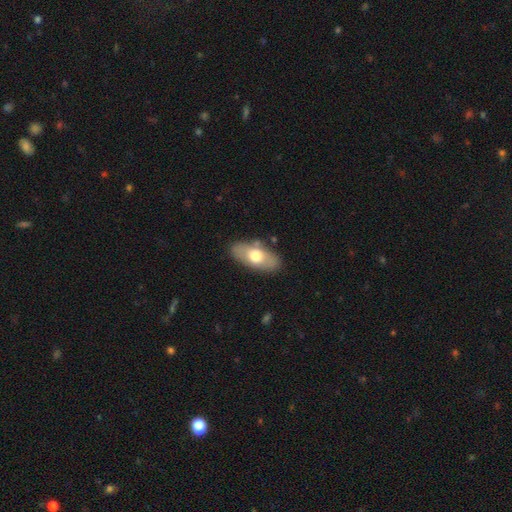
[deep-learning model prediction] smooth 64%, featured or disk 30%, star or artifact 6%. Down the decision tree: how rounded — in between (89%); merging — none (82%).